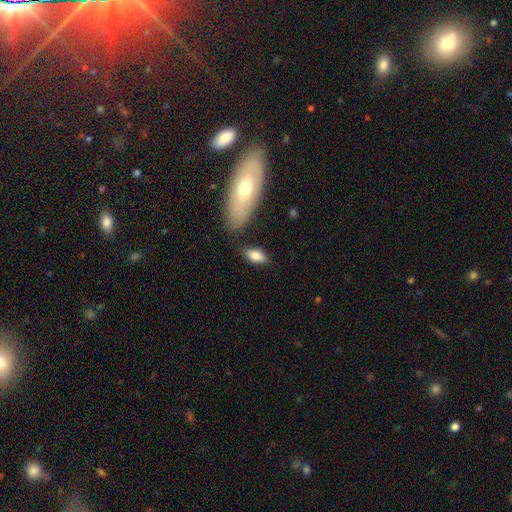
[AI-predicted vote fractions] Morphology: type=smooth (81%); roundness=in between (87%); merging=none (74%).